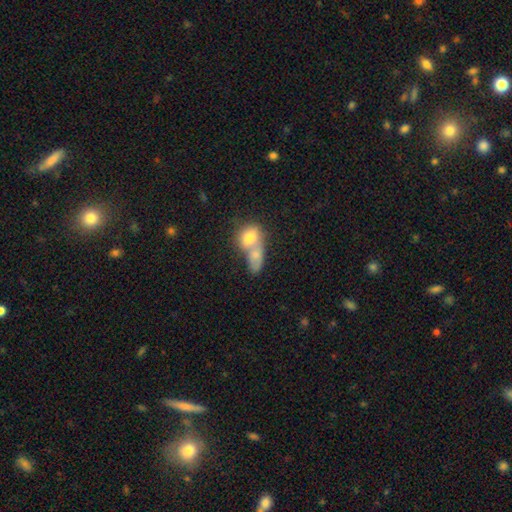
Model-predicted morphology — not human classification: Q: Smooth or featured?
A: smooth (74%); runner-up: featured or disk (17%)
Q: How rounded?
A: in between (67%); runner-up: round (28%)
Q: Merging?
A: merger (69%); runner-up: none (19%)